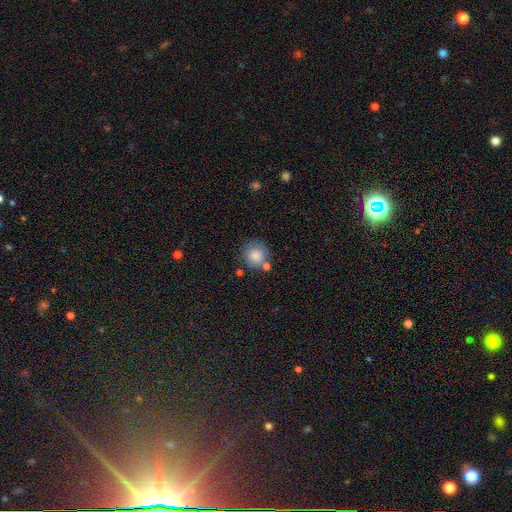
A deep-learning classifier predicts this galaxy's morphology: Overall: smooth (85%). How rounded: round (91%). Merging: none (70%).